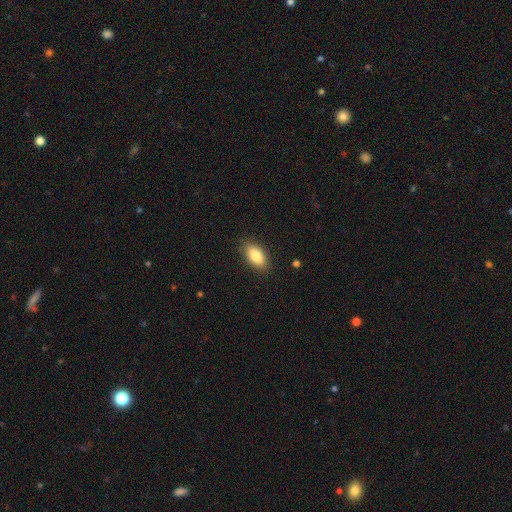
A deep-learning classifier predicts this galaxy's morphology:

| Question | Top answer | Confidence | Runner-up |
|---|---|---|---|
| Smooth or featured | smooth | 85% | featured or disk (8%) |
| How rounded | in between | 90% | cigar-shaped (6%) |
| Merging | none | 87% | minor disturbance (10%) |